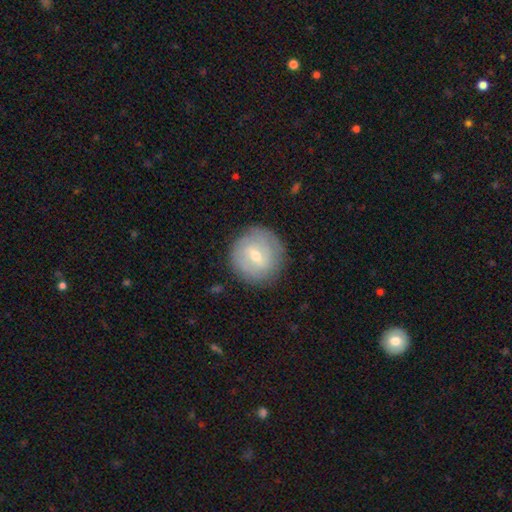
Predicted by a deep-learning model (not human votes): Smooth or featured: featured or disk — 51% (smooth — 42%)
Edge-on disk: no — 96% (yes — 4%)
Merging: none — 86% (minor disturbance — 10%)